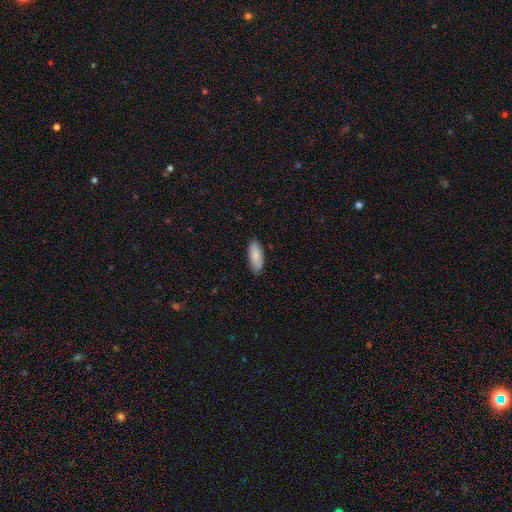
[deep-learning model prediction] Smooth or featured? Predicted: smooth (p=0.85). How rounded? Predicted: in between (p=0.79). Merging? Predicted: none (p=0.87).